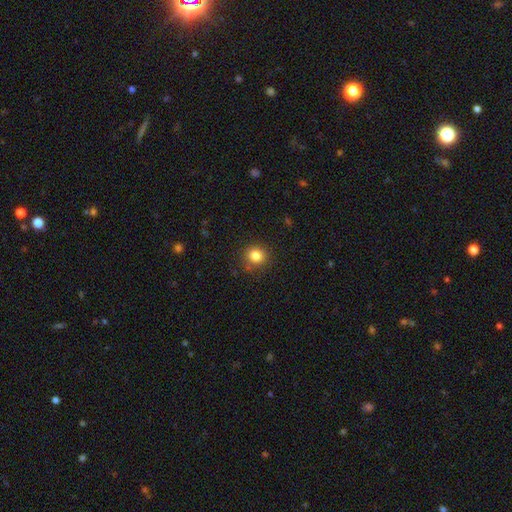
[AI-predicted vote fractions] Smooth or featured? Predicted: smooth (p=0.83). How rounded? Predicted: round (p=0.84). Merging? Predicted: none (p=0.85).